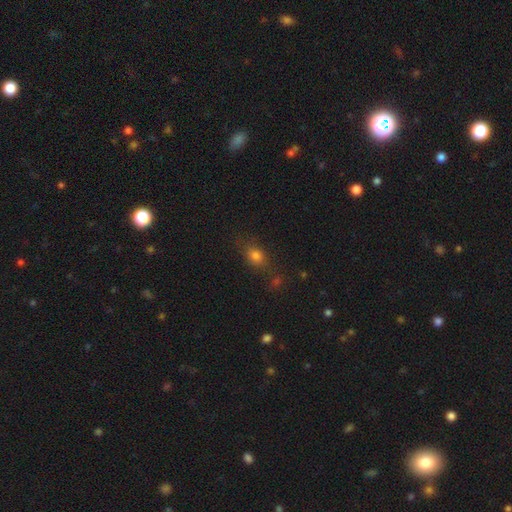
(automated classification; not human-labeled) This is likely a smooth galaxy (75%). How rounded: possibly in between (58%). Merging: likely none (69%).